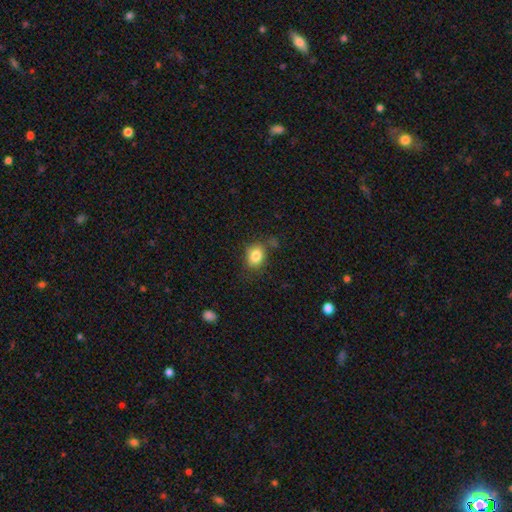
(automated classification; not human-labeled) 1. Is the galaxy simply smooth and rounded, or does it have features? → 83% smooth, 9% star or artifact, 7% featured or disk.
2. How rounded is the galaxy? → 59% in between, 40% round, 1% cigar-shaped.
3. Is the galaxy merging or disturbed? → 71% none, 19% minor disturbance, 5% major disturbance, 5% merger.